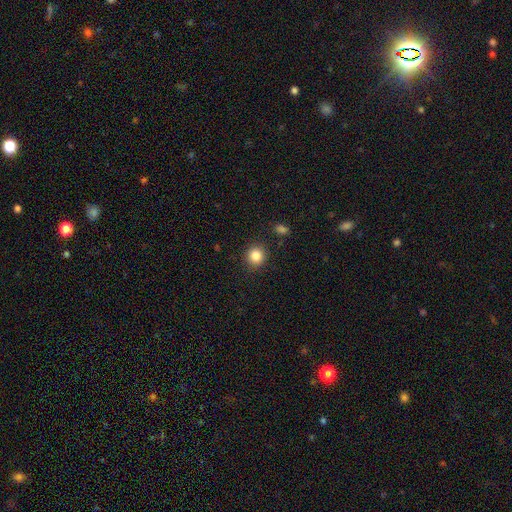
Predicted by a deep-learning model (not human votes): smooth_or_featured: smooth (p=0.85) [alt: star or artifact p=0.11]
how_rounded: round (p=0.90) [alt: in between p=0.09]
merging: none (p=0.89) [alt: minor disturbance p=0.07]